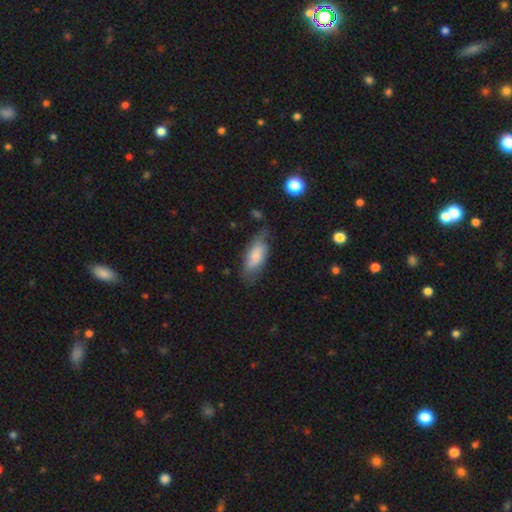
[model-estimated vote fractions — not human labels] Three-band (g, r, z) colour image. It shows a smooth galaxy with no disk features (68%) that is in between round and cigar-shaped (82%). Merging: none (56%).